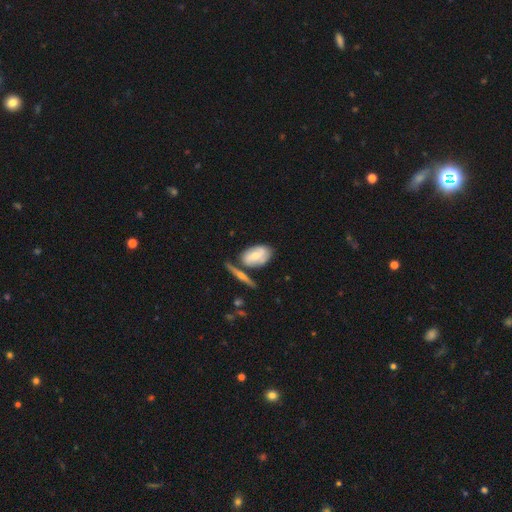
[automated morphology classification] This appears to be a smooth galaxy with no disk features (56%) that is in between round and cigar-shaped (88%). Merging: none (48%).